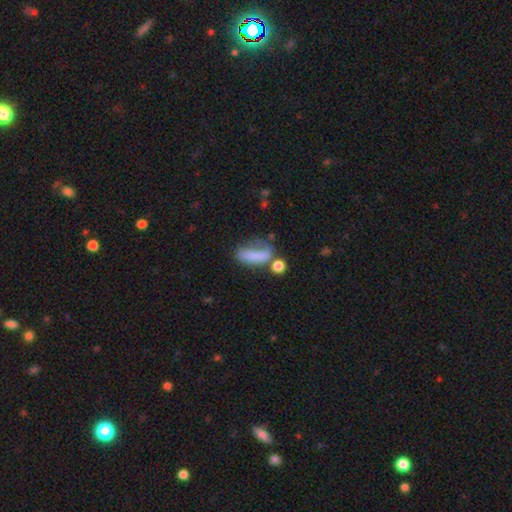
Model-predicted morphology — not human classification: Smooth or featured?
  - smooth: 69% *
  - featured or disk: 19%
  - star or artifact: 11%
How rounded?
  - in between: 61% *
  - cigar-shaped: 32%
  - round: 7%
Merging?
  - none: 30% *
  - major disturbance: 27%
  - minor disturbance: 22%
  - merger: 20%